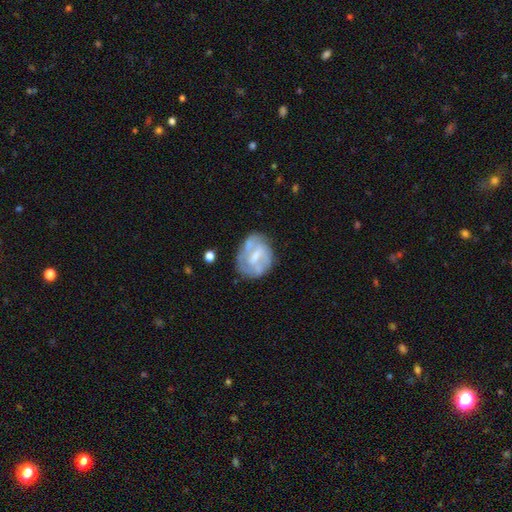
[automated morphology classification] Overall: featured or disk (65%; smooth 28%). Edge-on disk: no (97%). Bar: weak (49%; strong 27%). Spiral arms: yes (56%; no 44%). Bulge size: moderate (38%; small 37%). Merging: none (58%; minor disturbance 24%).